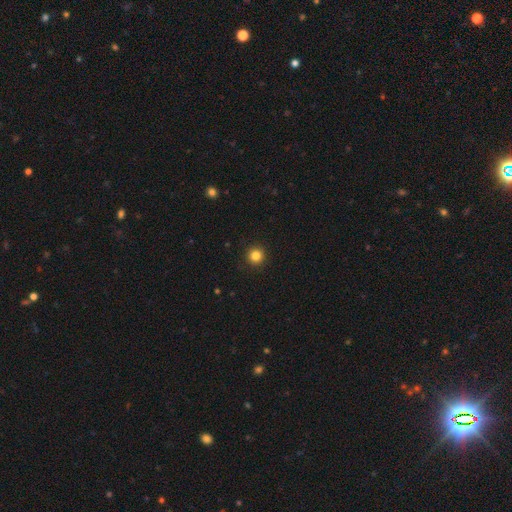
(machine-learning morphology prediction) The model was most divided on "smooth or featured": smooth: 84%, star or artifact: 12%, featured or disk: 4%. More confident: how rounded — round (96%); merging — none (93%).